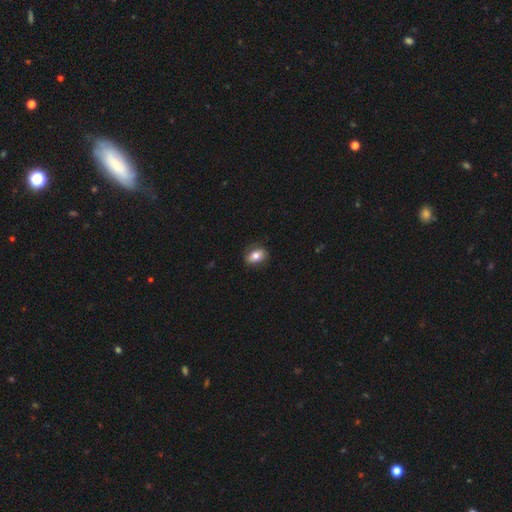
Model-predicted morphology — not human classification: Smooth or featured? smooth (74%)
How rounded? in between (80%)
Merging? none (80%)